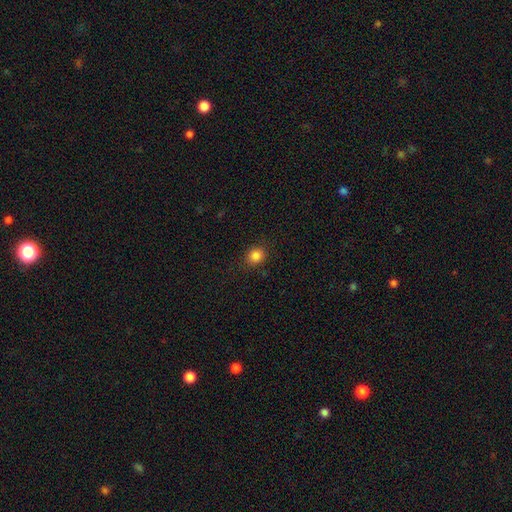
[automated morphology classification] smooth-or-featured: smooth: 85% | star or artifact: 11% | featured or disk: 4%
  how-rounded: round: 65% | in between: 34% | cigar-shaped: 1%
  merging: none: 87% | minor disturbance: 9% | major disturbance: 3% | merger: 1%